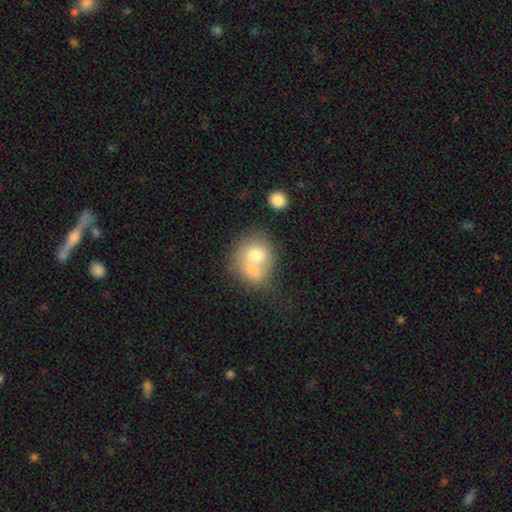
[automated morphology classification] Overall: smooth (68%). How rounded: round (72%). Merging: merger (62%; none 26%).